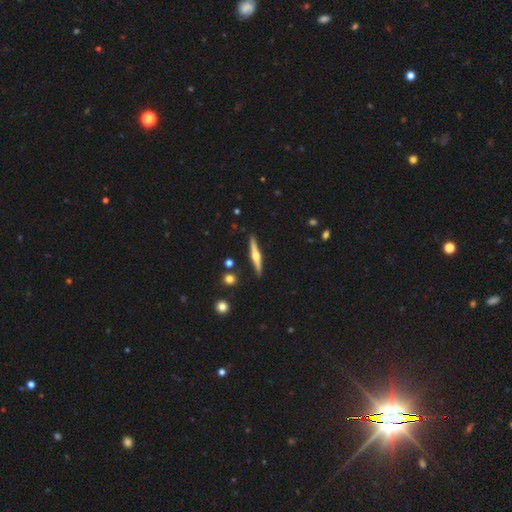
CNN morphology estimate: Smooth or featured?
  - featured or disk: 75% *
  - smooth: 20%
  - star or artifact: 5%
Edge-on disk?
  - yes: 98% *
  - no: 2%
Edge-on bulge?
  - rounded: 94% *
  - boxy: 3%
  - none: 3%
Merging?
  - none: 90% *
  - minor disturbance: 7%
  - merger: 2%
  - major disturbance: 1%